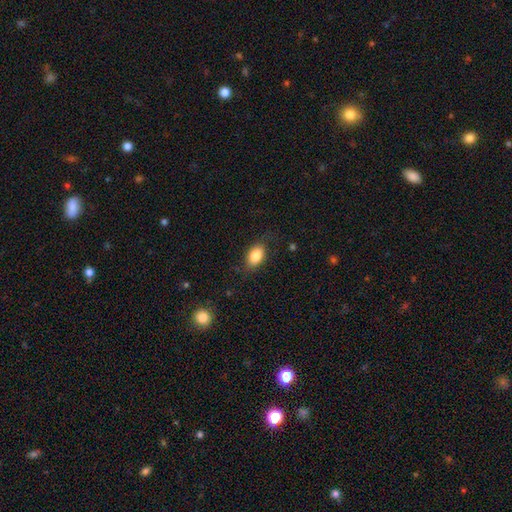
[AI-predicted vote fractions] This appears to be a smooth galaxy with no disk features (82%) that is in between round and cigar-shaped (87%). Merging: none (75%).